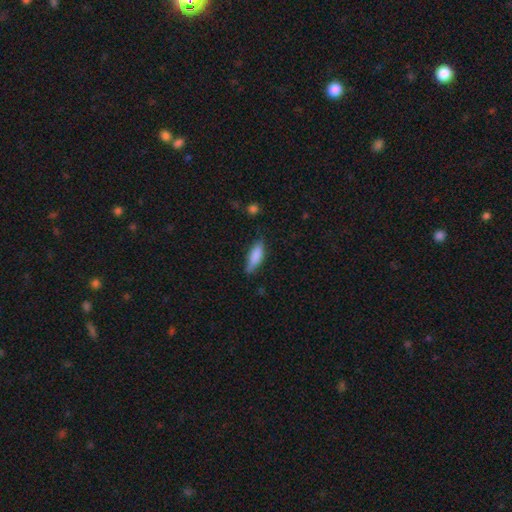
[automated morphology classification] smooth-or-featured: smooth: 81% | featured or disk: 13% | star or artifact: 6%
  how-rounded: in between: 55% | cigar-shaped: 43% | round: 2%
  merging: none: 69% | minor disturbance: 24% | major disturbance: 5% | merger: 2%